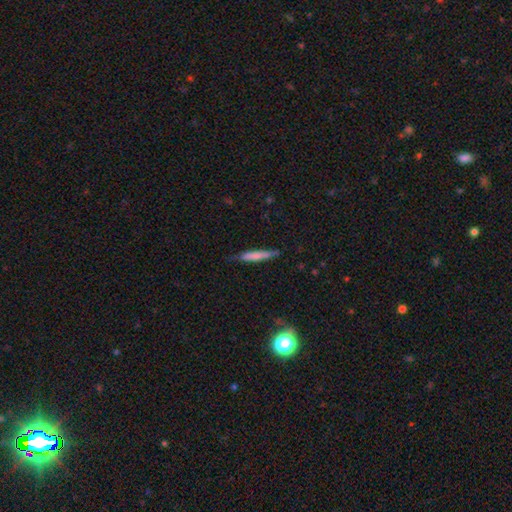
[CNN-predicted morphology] Smooth or featured: smooth — 68% (featured or disk — 26%)
How rounded: cigar-shaped — 92% (in between — 7%)
Merging: none — 74% (minor disturbance — 21%)